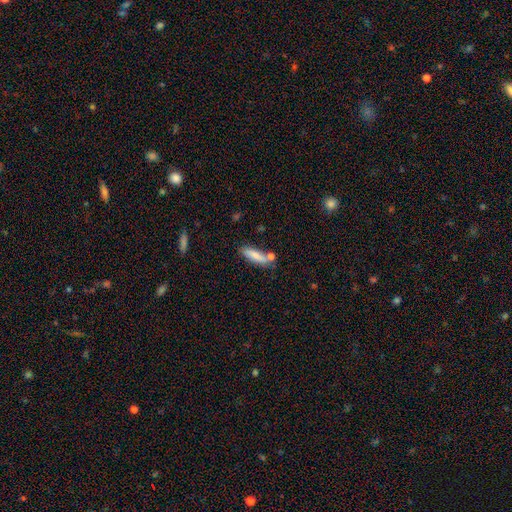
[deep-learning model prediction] A smooth galaxy with no disk features (79%) that is cigar-shaped (64%). Merging: none (65%).